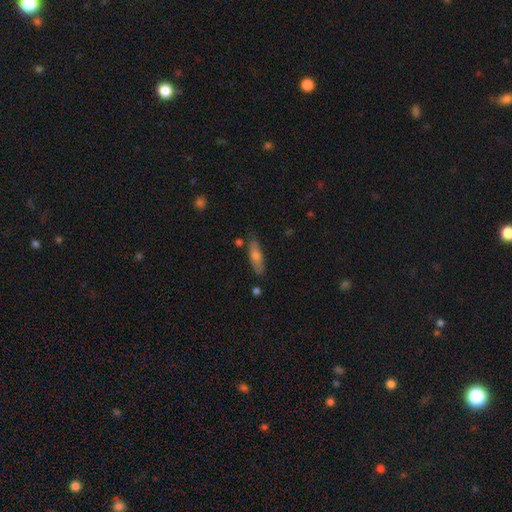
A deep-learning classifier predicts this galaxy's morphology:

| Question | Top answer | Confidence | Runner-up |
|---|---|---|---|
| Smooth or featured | smooth | 52% | featured or disk (38%) |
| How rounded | cigar-shaped | 60% | in between (37%) |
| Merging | none | 78% | minor disturbance (15%) |